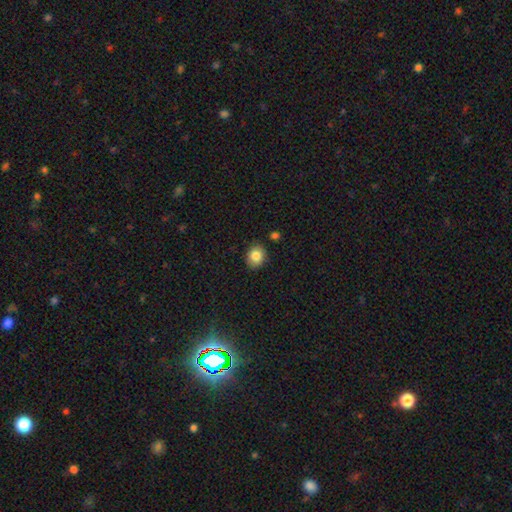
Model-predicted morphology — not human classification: A smooth galaxy with no disk features (84%) that is round (59%). Merging: none (85%).